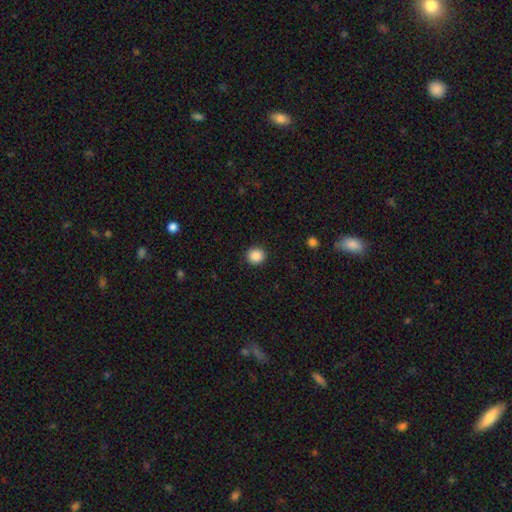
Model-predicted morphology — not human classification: Q: Smooth or featured?
A: smooth (88%); runner-up: star or artifact (9%)
Q: How rounded?
A: round (91%); runner-up: in between (8%)
Q: Merging?
A: none (92%); runner-up: minor disturbance (5%)